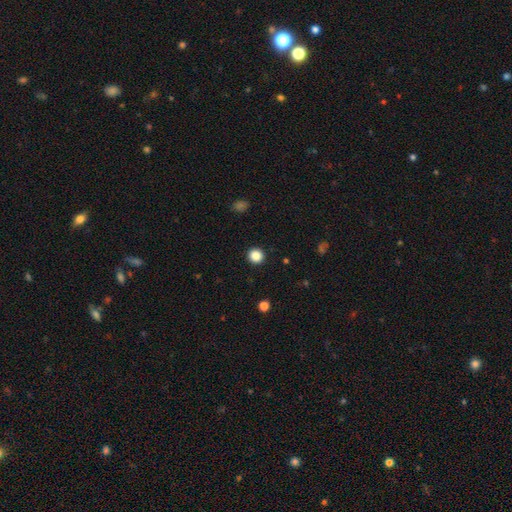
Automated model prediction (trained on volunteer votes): A smooth galaxy with no disk features (86%) that is round (93%). Merging: none (93%).